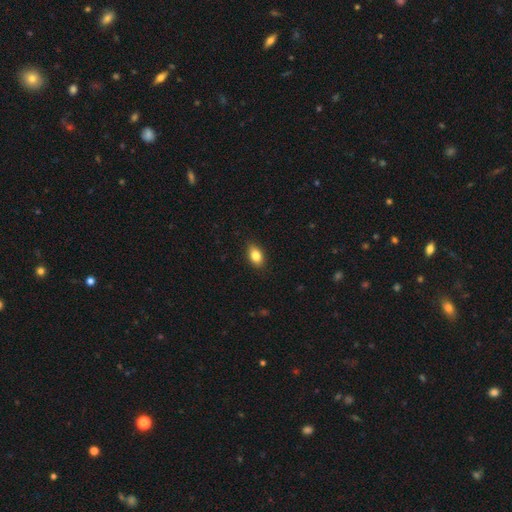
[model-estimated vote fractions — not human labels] Smooth or featured? Predicted: smooth (p=0.83). How rounded? Predicted: in between (p=0.85). Merging? Predicted: none (p=0.87).